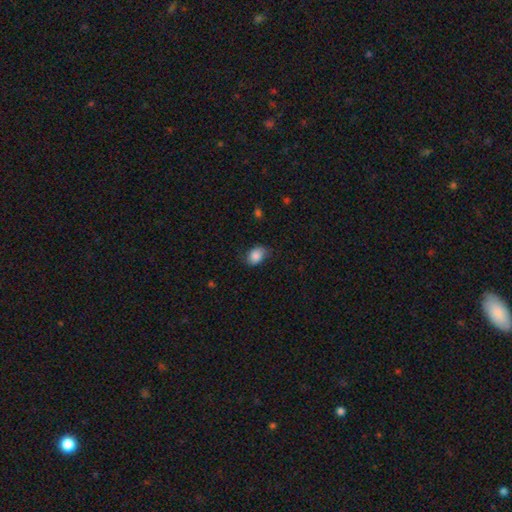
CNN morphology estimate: Smooth or featured?
  - smooth: 86% *
  - star or artifact: 8%
  - featured or disk: 7%
How rounded?
  - in between: 76% *
  - round: 23%
  - cigar-shaped: 1%
Merging?
  - none: 70% *
  - minor disturbance: 23%
  - major disturbance: 5%
  - merger: 1%